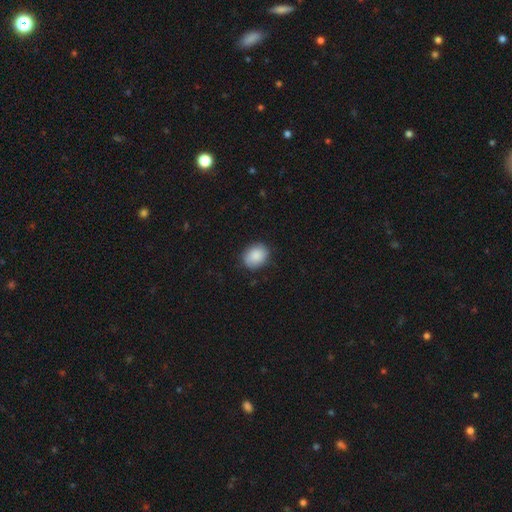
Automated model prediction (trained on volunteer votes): Smooth or featured?
  - smooth: 88% *
  - star or artifact: 7%
  - featured or disk: 5%
How rounded?
  - round: 51% *
  - in between: 48%
  - cigar-shaped: 1%
Merging?
  - none: 85% *
  - minor disturbance: 12%
  - major disturbance: 3%
  - merger: 1%